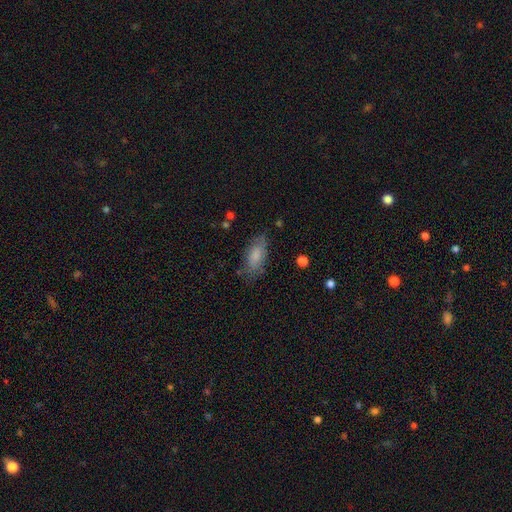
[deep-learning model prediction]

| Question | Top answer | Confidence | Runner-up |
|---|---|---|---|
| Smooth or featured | smooth | 73% | featured or disk (20%) |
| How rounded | in between | 84% | cigar-shaped (13%) |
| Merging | none | 69% | minor disturbance (22%) |